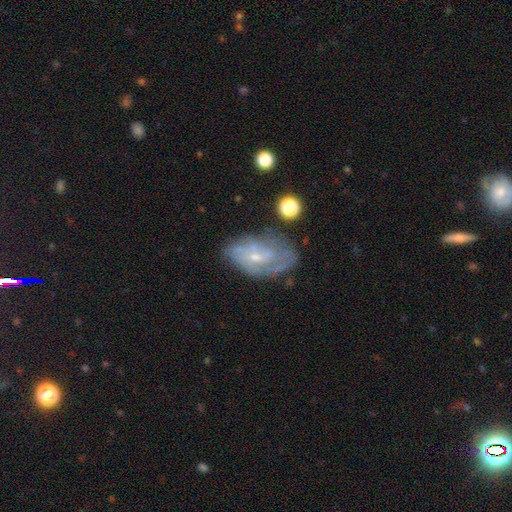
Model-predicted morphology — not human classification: featured or disk 69%, smooth 23%, star or artifact 8%. Down the decision tree: edge-on disk — no (95%); bar — no (53%); spiral arms — yes (78%); spiral arm count — can't tell (45%); spiral winding — tight (45%); bulge size — small (67%); merging — none (53%).